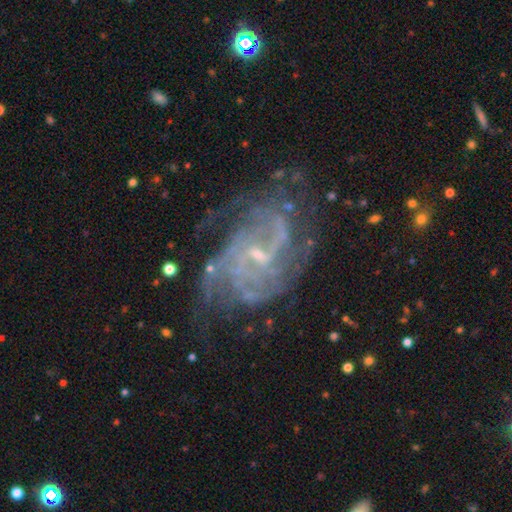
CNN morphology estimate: Smooth or featured? Predicted: featured or disk (p=0.85). Edge-on disk? Predicted: no (p=0.97). Bar? Predicted: weak (p=0.48). Spiral arms? Predicted: yes (p=0.93). Spiral winding? Predicted: tight (p=0.44). Spiral arm count? Predicted: can't tell (p=0.34). Bulge size? Predicted: small (p=0.73). Merging? Predicted: none (p=0.65).